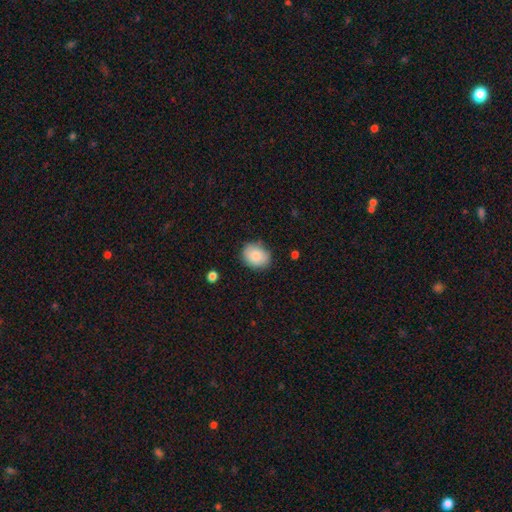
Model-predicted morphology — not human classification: A smooth galaxy with no disk features (84%) that is in between round and cigar-shaped (51%).

Vote fractions:
- Smooth or featured? smooth: 84% / featured or disk: 8% / star or artifact: 7%
- How rounded? in between: 51% / round: 48% / cigar-shaped: 1%
- Merging? none: 80% / minor disturbance: 16% / major disturbance: 3% / merger: 2%